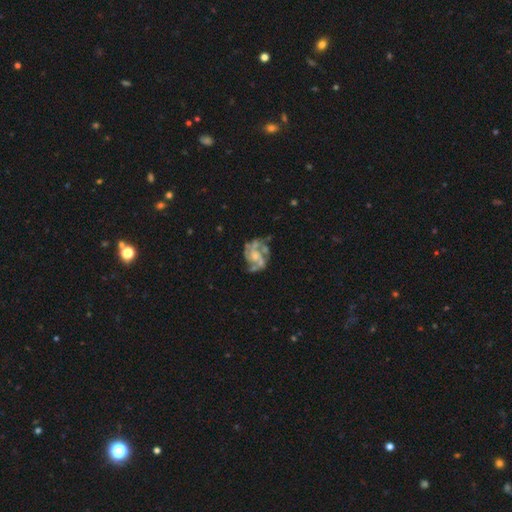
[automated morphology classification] This appears to be a featured or disk galaxy (84%) with no bar (70%), 2 (37%) medium (45%) spiral arms (86%) and a small central bulge (46%). Merging: none (50%).